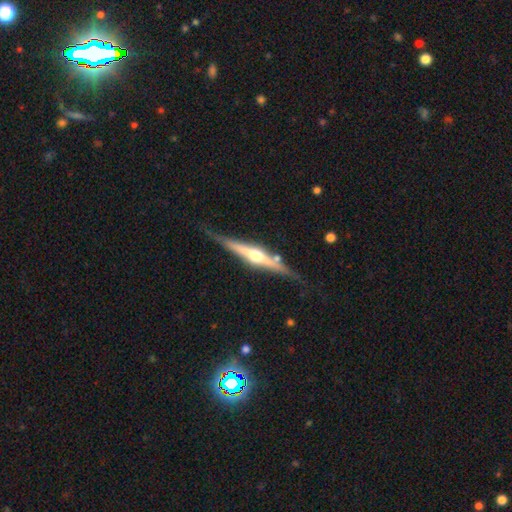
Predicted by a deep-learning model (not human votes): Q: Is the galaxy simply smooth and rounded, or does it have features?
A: featured or disk — 76%.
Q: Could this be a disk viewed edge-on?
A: yes — 97%.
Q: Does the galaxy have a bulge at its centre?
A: rounded — 91%.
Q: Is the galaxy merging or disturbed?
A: none — 77%.